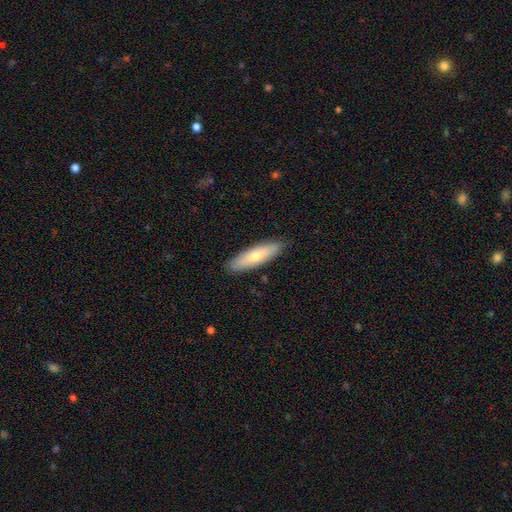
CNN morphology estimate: Smooth or featured? smooth (68%)
How rounded? cigar-shaped (62%)
Merging? none (87%)